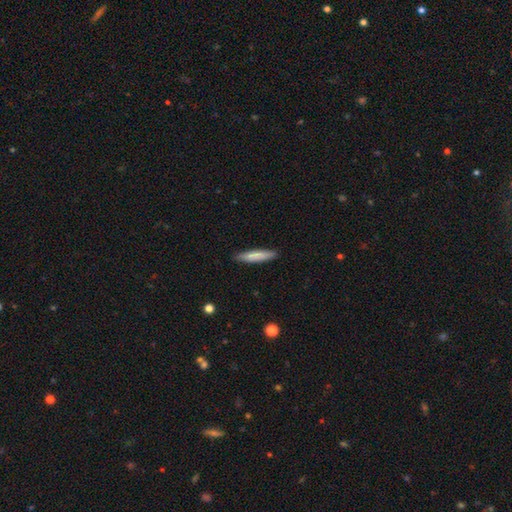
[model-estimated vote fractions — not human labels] smooth-or-featured: smooth: 82% | featured or disk: 13% | star or artifact: 5%
  how-rounded: cigar-shaped: 87% | in between: 12% | round: 1%
  merging: none: 89% | minor disturbance: 8% | major disturbance: 2% | merger: 1%